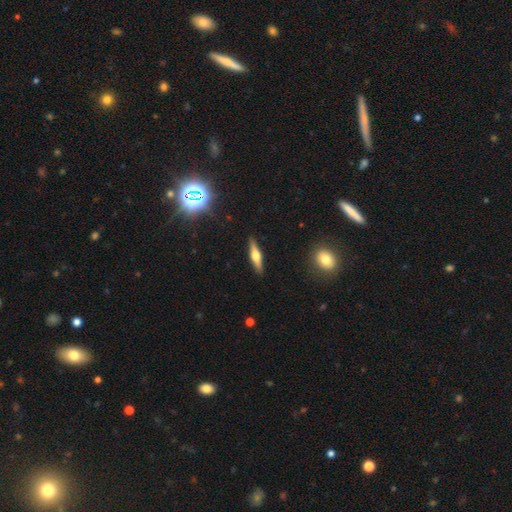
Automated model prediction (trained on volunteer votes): featured or disk 58%, smooth 35%, star or artifact 7%. Down the decision tree: edge-on disk — yes (95%); edge-on bulge — rounded (90%); merging — none (89%).